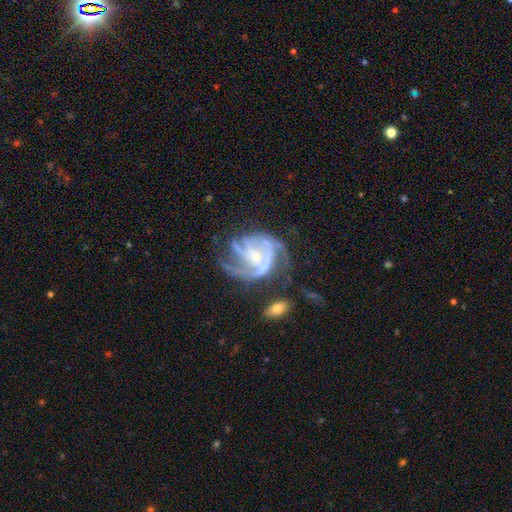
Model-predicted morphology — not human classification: Smooth or featured: featured or disk — 89% (star or artifact — 6%)
Edge-on disk: no — 98% (yes — 2%)
Bar: no — 53% (weak — 33%)
Spiral arms: yes — 96% (no — 4%)
Spiral winding: medium — 44% (tied with tight — 44%)
Spiral arm count: 3 — 39% (2 — 23%)
Bulge size: small — 70% (moderate — 25%)
Merging: none — 49% (major disturbance — 24%)